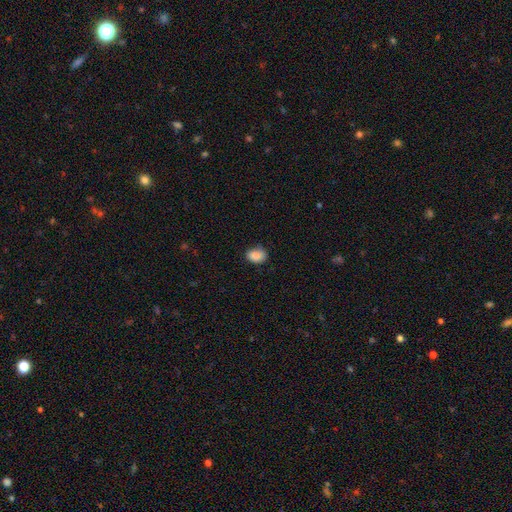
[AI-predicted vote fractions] smooth 88%, star or artifact 8%, featured or disk 4%. Down the decision tree: how rounded — in between (77%); merging — none (74%).